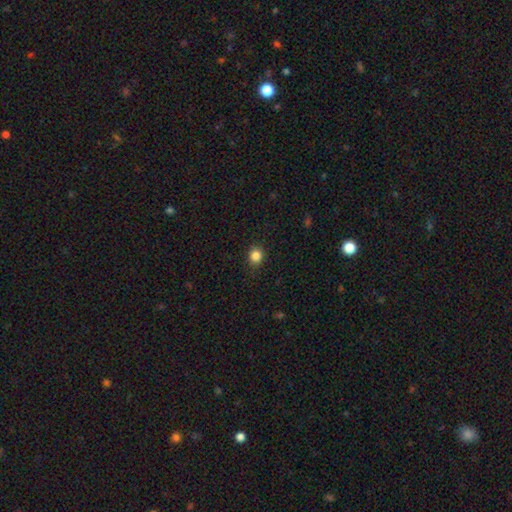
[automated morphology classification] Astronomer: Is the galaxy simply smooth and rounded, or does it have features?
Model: smooth — 84%.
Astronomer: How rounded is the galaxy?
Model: round — 77%.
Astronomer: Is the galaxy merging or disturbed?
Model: none — 87%.